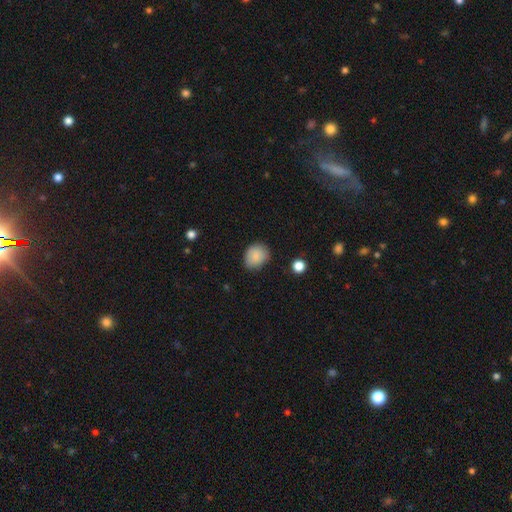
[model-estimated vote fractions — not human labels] smooth_or_featured: smooth (p=0.86) [alt: star or artifact p=0.09]
how_rounded: round (p=0.61) [alt: in between p=0.38]
merging: none (p=0.75) [alt: minor disturbance p=0.20]